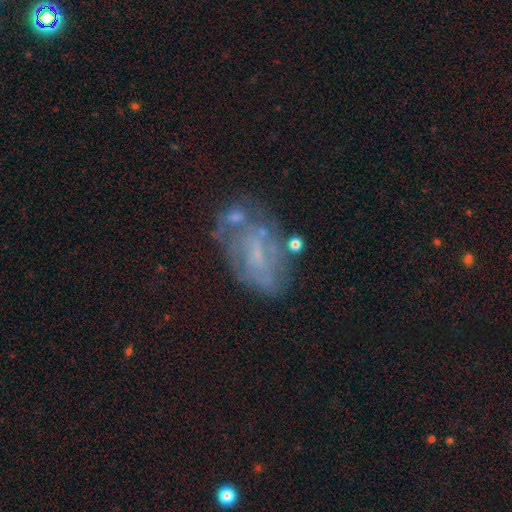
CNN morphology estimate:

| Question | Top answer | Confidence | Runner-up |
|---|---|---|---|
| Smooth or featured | featured or disk | 62% | smooth (26%) |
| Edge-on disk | no | 96% | yes (4%) |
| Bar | no | 52% | weak (37%) |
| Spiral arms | no | 55% | yes (45%) |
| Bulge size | none | 41% | tied: small (41%) |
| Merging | none | 47% | minor disturbance (23%) |